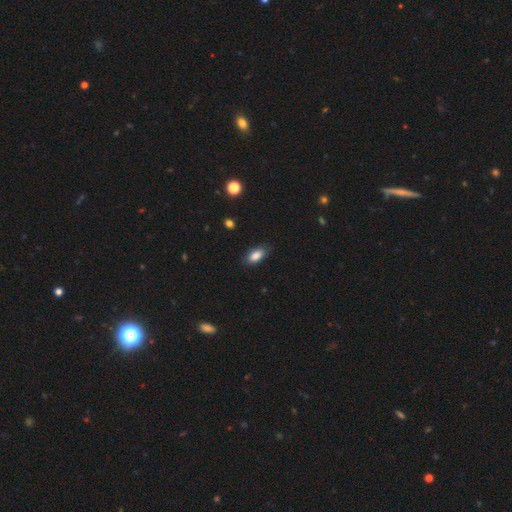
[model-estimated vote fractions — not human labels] Smooth or featured? smooth (86%)
How rounded? in between (90%)
Merging? none (83%)